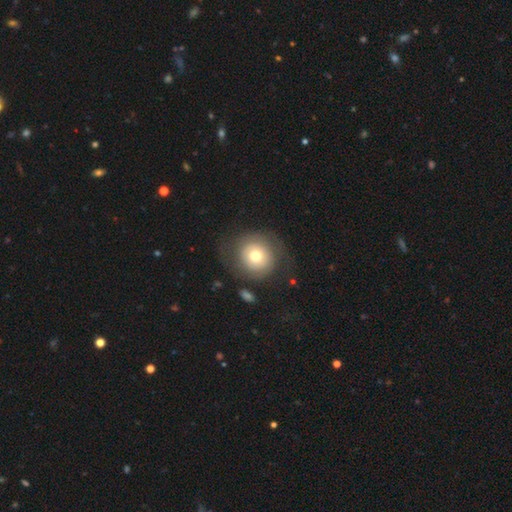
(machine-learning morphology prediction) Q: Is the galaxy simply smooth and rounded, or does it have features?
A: smooth — 60%.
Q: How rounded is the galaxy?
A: round — 89%.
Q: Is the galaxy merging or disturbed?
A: none — 70%.